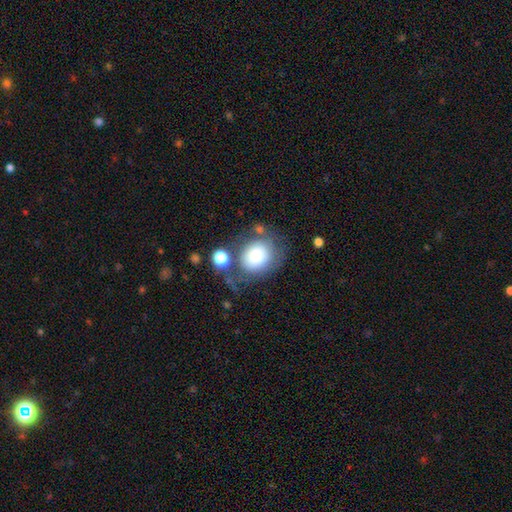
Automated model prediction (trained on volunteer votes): Smooth or featured: smooth — 75% (featured or disk — 16%)
How rounded: round — 60% (in between — 39%)
Merging: none — 54% (minor disturbance — 22%)